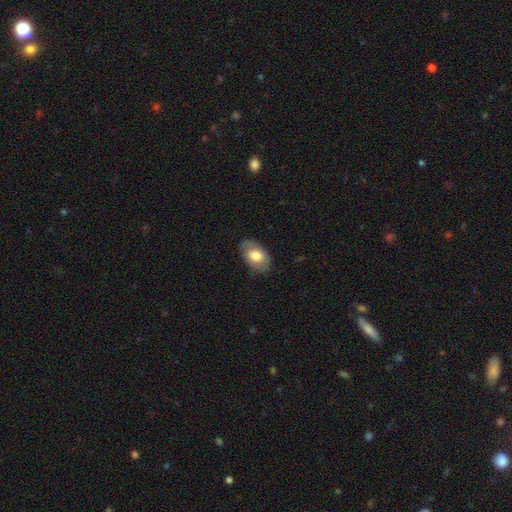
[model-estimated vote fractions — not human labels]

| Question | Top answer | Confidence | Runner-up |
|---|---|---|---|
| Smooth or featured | smooth | 73% | featured or disk (20%) |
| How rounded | in between | 90% | round (8%) |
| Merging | none | 78% | minor disturbance (16%) |